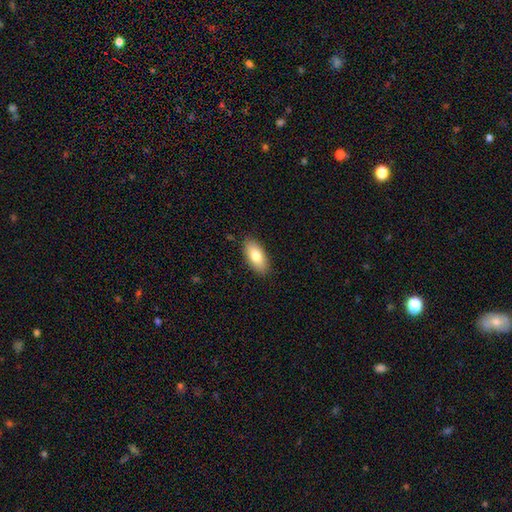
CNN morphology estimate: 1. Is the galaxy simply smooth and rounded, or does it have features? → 78% smooth, 15% featured or disk, 7% star or artifact.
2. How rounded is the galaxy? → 89% in between, 8% cigar-shaped, 3% round.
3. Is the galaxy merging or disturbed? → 88% none, 9% minor disturbance, 2% major disturbance, 1% merger.